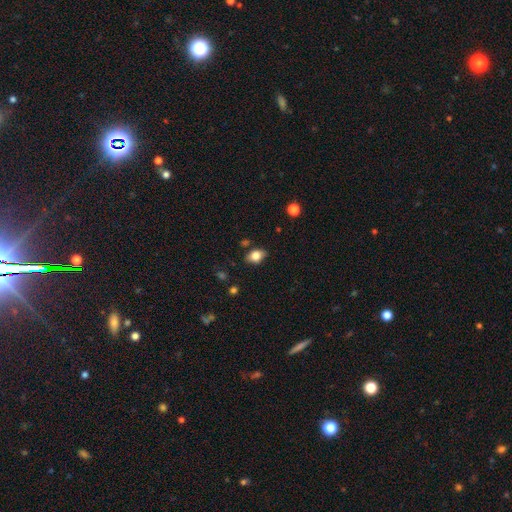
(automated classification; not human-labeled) A smooth galaxy with no disk features (80%) that is in between round and cigar-shaped (80%). Merging: none (80%).